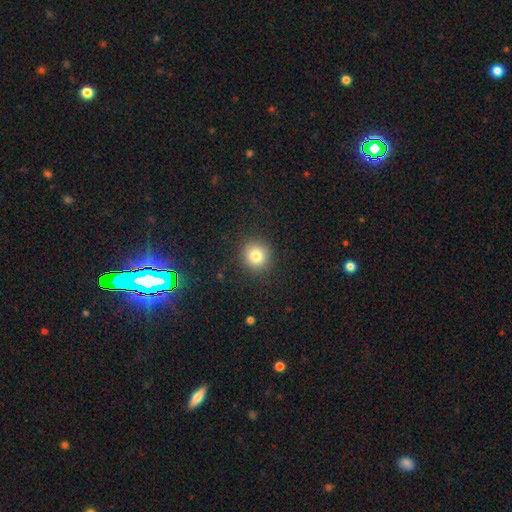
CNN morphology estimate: type=smooth (81%); roundness=round (91%); merging=none (89%).